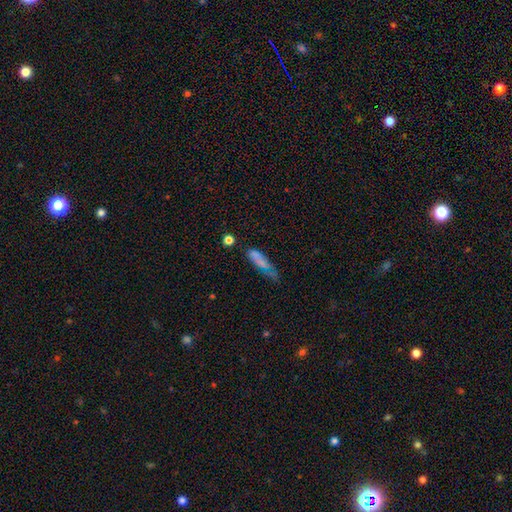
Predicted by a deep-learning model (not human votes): Smooth or featured? Predicted: smooth (p=0.67). How rounded? Predicted: cigar-shaped (p=0.59). Merging? Predicted: none (p=0.36).